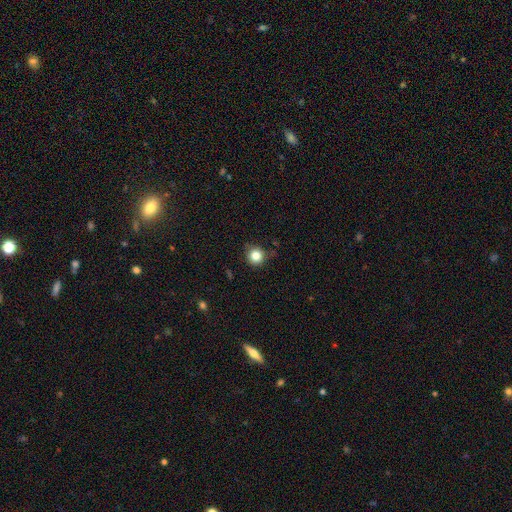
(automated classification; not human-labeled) Morphology: type=smooth (84%); roundness=round (93%); merging=none (80%).